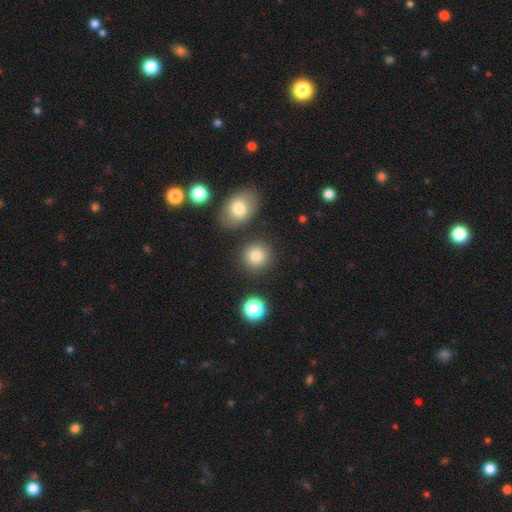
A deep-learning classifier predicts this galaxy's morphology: This appears to be a smooth galaxy with no disk features (83%) that is round (89%). Merging: none (84%).